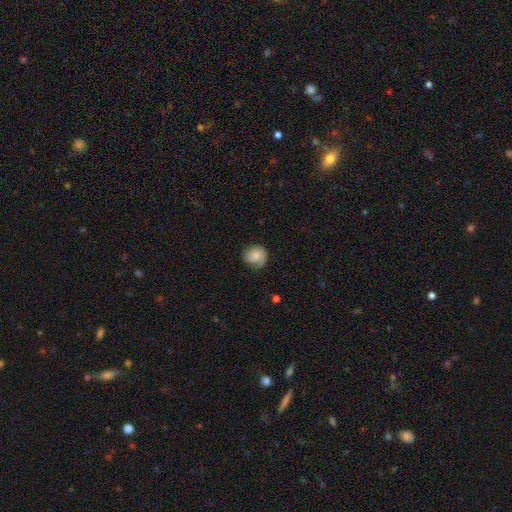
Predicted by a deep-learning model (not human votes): A smooth galaxy with no disk features (61%) that is round (77%). Merging: none (58%).